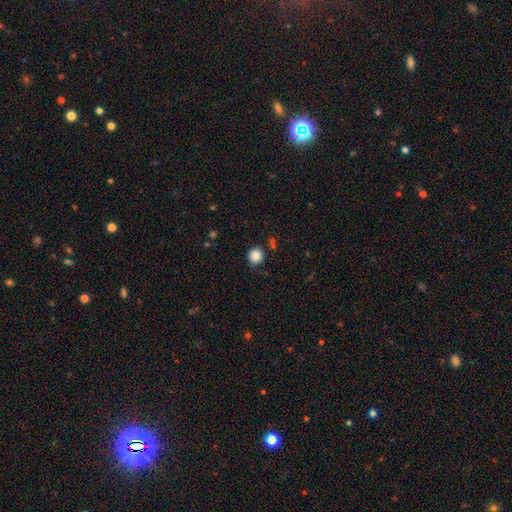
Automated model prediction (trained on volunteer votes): Overall: smooth (85%). How rounded: round (90%). Merging: none (85%).